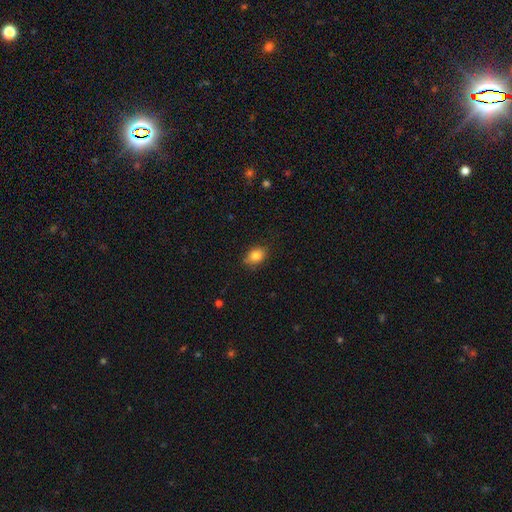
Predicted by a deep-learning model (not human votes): The model was most divided on "how rounded": in between: 63%, round: 35%, cigar-shaped: 1%. More confident: smooth or featured — smooth (84%); merging — none (75%).